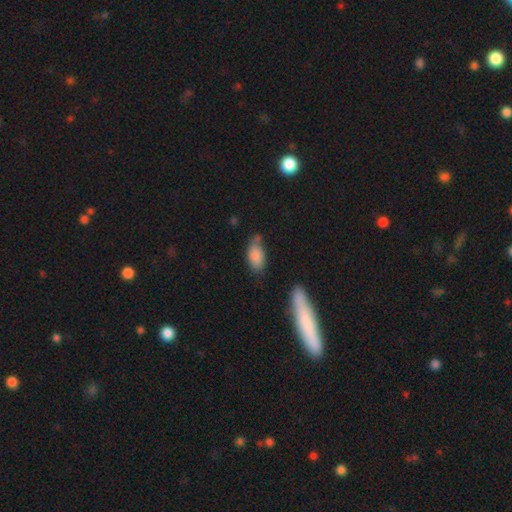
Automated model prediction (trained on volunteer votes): A smooth galaxy with no disk features (84%) that is in between round and cigar-shaped (91%). Merging: none (53%).